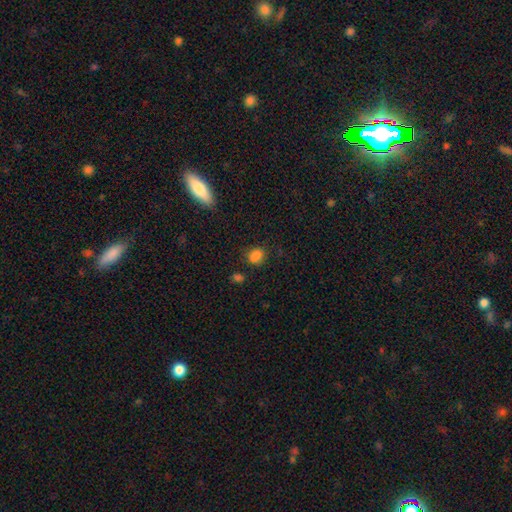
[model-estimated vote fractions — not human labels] Smooth or featured? Predicted: smooth (p=0.80). How rounded? Predicted: in between (p=0.49, tied with round). Merging? Predicted: none (p=0.72).